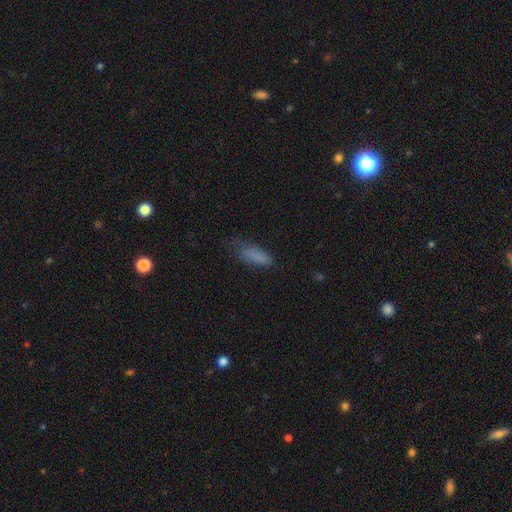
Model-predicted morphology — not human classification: smooth-or-featured: smooth: 79% | star or artifact: 10% | featured or disk: 10%
  how-rounded: in between: 63% | cigar-shaped: 35% | round: 2%
  merging: none: 51% | minor disturbance: 32% | major disturbance: 15% | merger: 2%